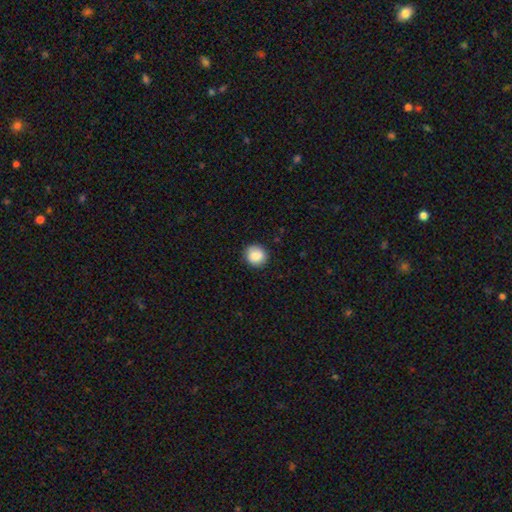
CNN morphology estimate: Overall: smooth (87%). How rounded: round (88%). Merging: none (89%).